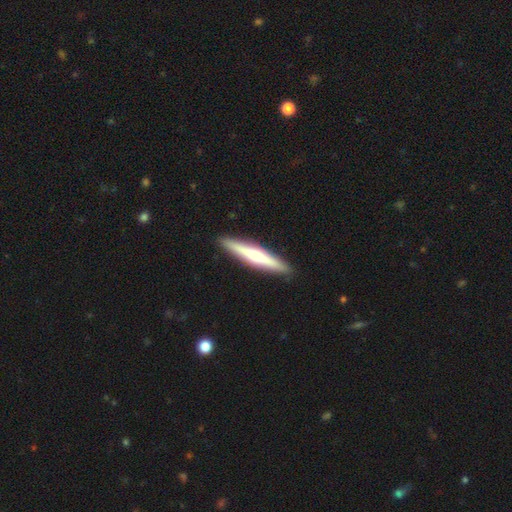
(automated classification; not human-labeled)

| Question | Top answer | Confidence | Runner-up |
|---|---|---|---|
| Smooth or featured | featured or disk | 52% | smooth (43%) |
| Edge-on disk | yes | 96% | no (4%) |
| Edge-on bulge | rounded | 71% | none (20%) |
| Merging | none | 92% | minor disturbance (6%) |